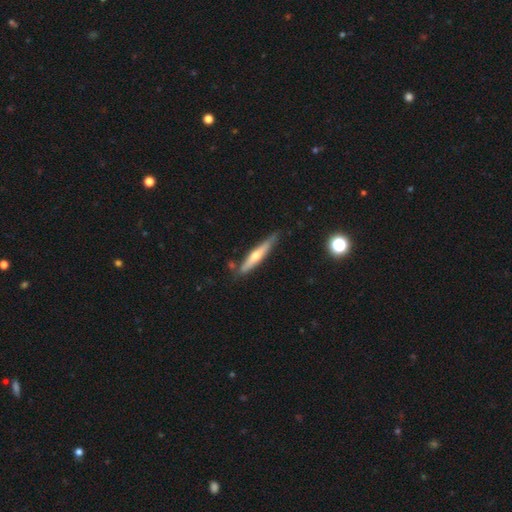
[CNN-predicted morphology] Q: Smooth or featured?
A: featured or disk (54%); runner-up: smooth (40%)
Q: Edge-on disk?
A: yes (94%); runner-up: no (6%)
Q: Edge-on bulge?
A: rounded (81%); runner-up: none (15%)
Q: Merging?
A: none (79%); runner-up: minor disturbance (15%)